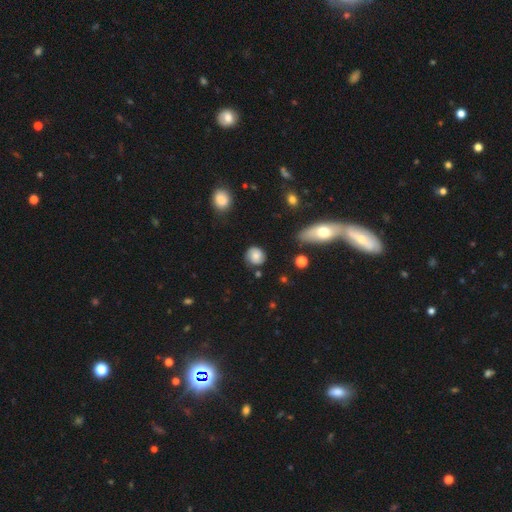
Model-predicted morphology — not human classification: smooth_or_featured: smooth (p=0.72) [alt: featured or disk p=0.19]
how_rounded: round (p=0.84) [alt: in between p=0.15]
merging: none (p=0.78) [alt: minor disturbance p=0.16]